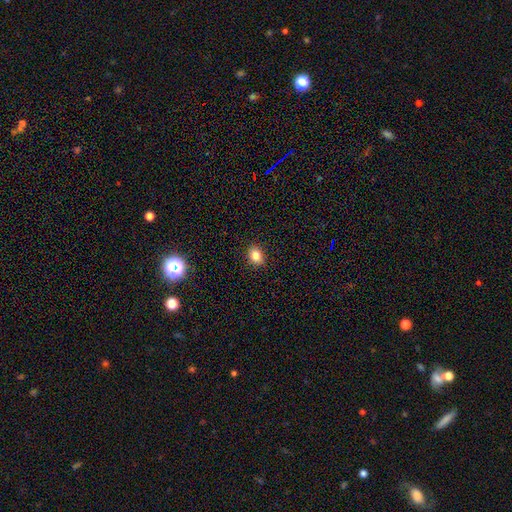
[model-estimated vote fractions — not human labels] Q: Smooth or featured?
A: smooth (83%); runner-up: star or artifact (11%)
Q: How rounded?
A: in between (66%); runner-up: round (33%)
Q: Merging?
A: none (89%); runner-up: minor disturbance (8%)